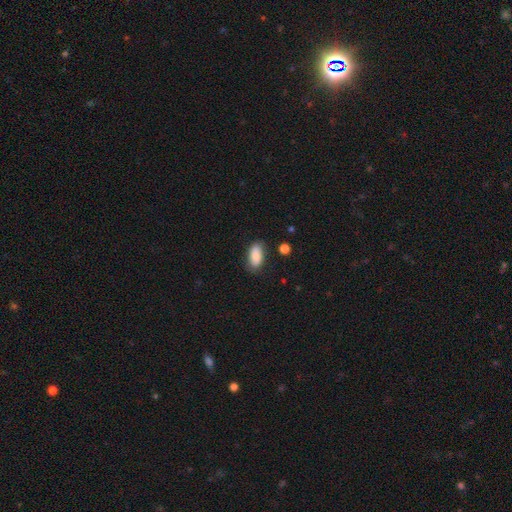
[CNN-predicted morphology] smooth_or_featured: smooth (p=0.82) [alt: featured or disk p=0.11]
how_rounded: in between (p=0.92) [alt: cigar-shaped p=0.04]
merging: none (p=0.78) [alt: minor disturbance p=0.16]